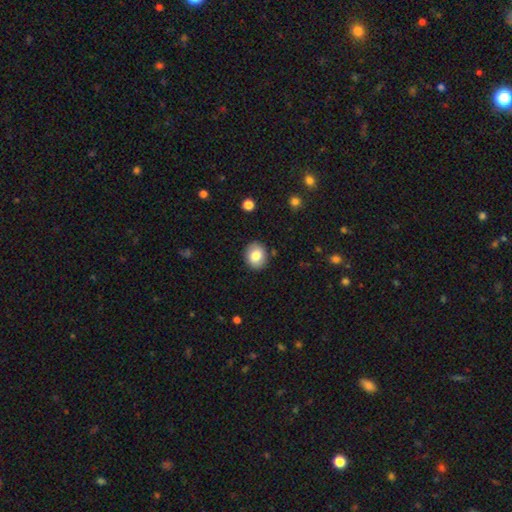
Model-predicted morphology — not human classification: The model was most divided on "how rounded": round: 61%, in between: 38%, cigar-shaped: 1%. More confident: merging — none (87%); smooth or featured — smooth (82%).